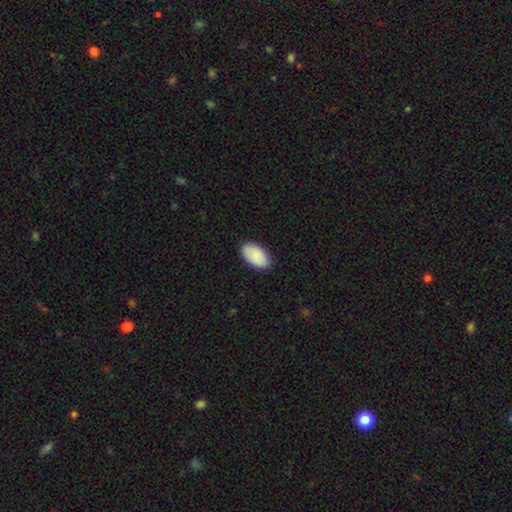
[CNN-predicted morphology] The model was most divided on "merging": none: 88%, minor disturbance: 9%, major disturbance: 2%, merger: 1%. More confident: how rounded — in between (96%); smooth or featured — smooth (90%).